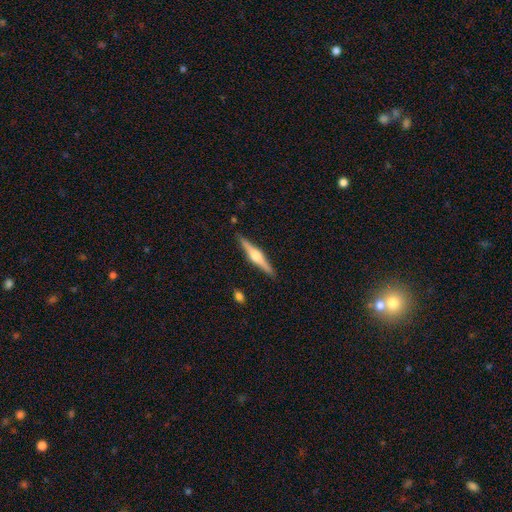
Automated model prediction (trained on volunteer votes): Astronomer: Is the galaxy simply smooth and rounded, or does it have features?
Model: featured or disk — 73%.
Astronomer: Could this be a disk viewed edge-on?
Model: yes — 98%.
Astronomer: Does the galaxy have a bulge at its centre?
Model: rounded — 91%.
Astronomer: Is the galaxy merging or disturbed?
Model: none — 90%.